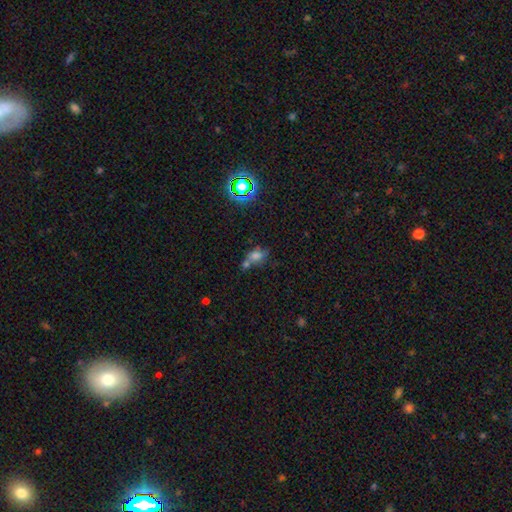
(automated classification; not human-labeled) Smooth or featured? Predicted: smooth (p=0.59). How rounded? Predicted: in between (p=0.73). Merging? Predicted: merger (p=0.43).